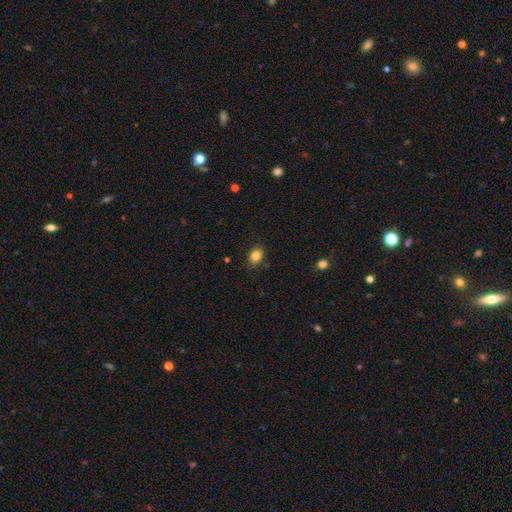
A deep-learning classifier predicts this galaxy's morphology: type=smooth (85%); roundness=in between (55%); merging=none (85%).